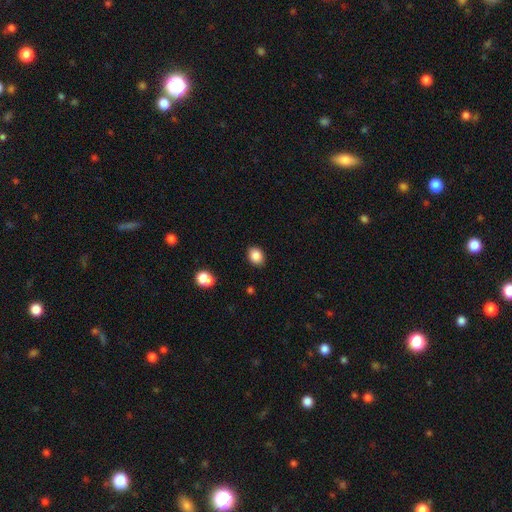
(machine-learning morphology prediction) smooth-or-featured: smooth: 86% | star or artifact: 9% | featured or disk: 5%
  how-rounded: in between: 56% | round: 43% | cigar-shaped: 1%
  merging: none: 86% | minor disturbance: 10% | major disturbance: 2% | merger: 2%